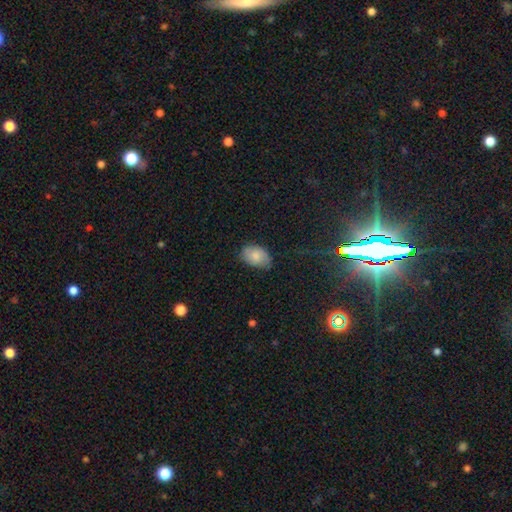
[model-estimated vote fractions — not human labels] smooth 78%, featured or disk 14%, star or artifact 8%. Down the decision tree: how rounded — in between (88%); merging — none (66%).